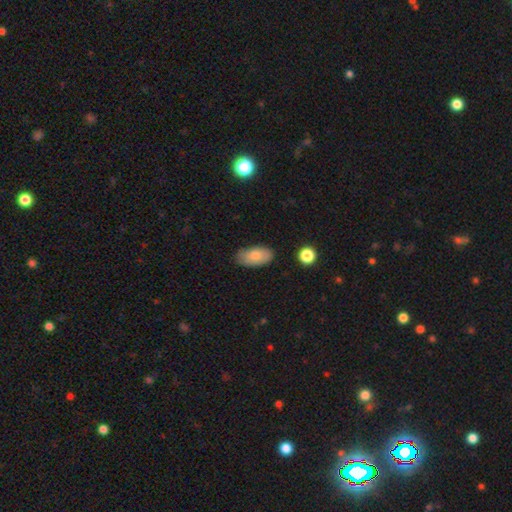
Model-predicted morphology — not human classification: smooth 80%, featured or disk 14%, star or artifact 7%. Down the decision tree: how rounded — in between (93%); merging — none (77%).